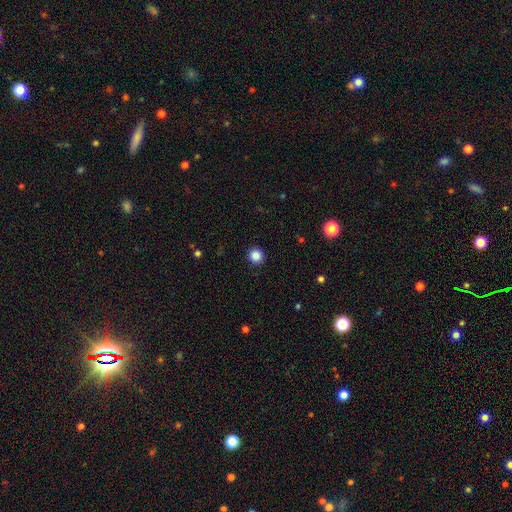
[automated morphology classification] A smooth galaxy with no disk features (86%) that is round (95%). Merging: none (93%).